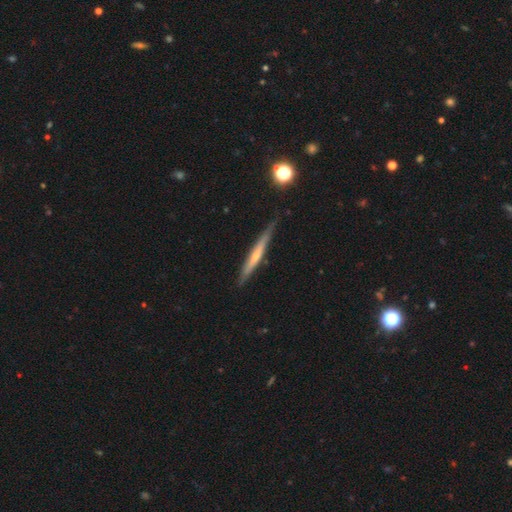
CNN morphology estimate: A featured or disk galaxy (62%) viewed edge-on (96%) with a rounded central bulge (51%).

Vote fractions:
- Smooth or featured? featured or disk: 62% / smooth: 32% / star or artifact: 6%
- Edge-on disk? yes: 96% / no: 4%
- Edge-on bulge? rounded: 51% / none: 44% / boxy: 5%
- Merging? none: 85% / minor disturbance: 12% / major disturbance: 2% / merger: 2%